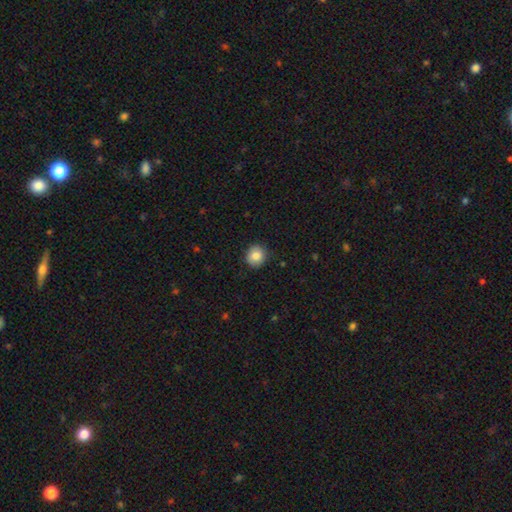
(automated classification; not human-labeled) smooth 86%, star or artifact 8%, featured or disk 6%. Down the decision tree: how rounded — round (85%); merging — none (89%).